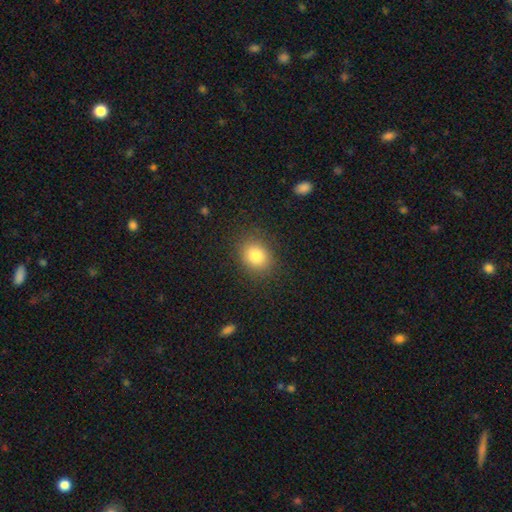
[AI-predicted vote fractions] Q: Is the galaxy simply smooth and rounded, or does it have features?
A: smooth — 83%.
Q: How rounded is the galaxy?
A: round — 57%.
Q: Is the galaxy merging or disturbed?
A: none — 87%.